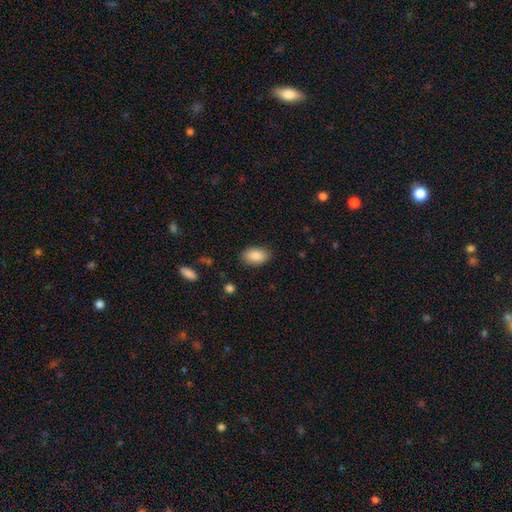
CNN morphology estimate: smooth_or_featured: smooth (p=0.87) [alt: star or artifact p=0.07]
how_rounded: in between (p=0.91) [alt: round p=0.07]
merging: none (p=0.85) [alt: minor disturbance p=0.11]